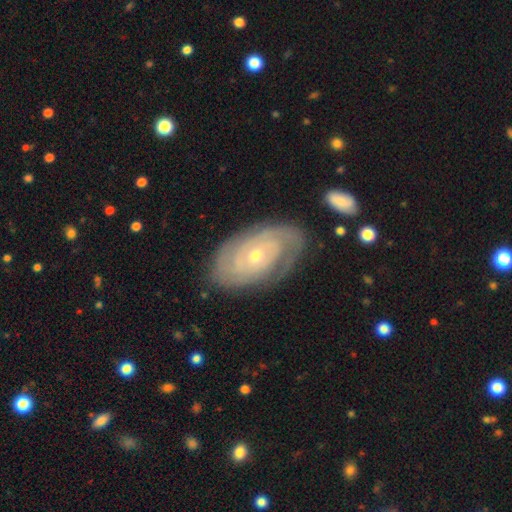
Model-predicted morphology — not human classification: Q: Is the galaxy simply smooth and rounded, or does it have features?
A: featured or disk — 85%.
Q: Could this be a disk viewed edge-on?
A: no — 95%.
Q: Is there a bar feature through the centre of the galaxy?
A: no — 76%.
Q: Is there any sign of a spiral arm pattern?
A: yes — 94%.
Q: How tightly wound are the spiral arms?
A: tight — 78%.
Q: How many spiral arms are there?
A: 2 — 39%.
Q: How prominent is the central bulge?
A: small — 51%.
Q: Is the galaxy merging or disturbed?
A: none — 76%.